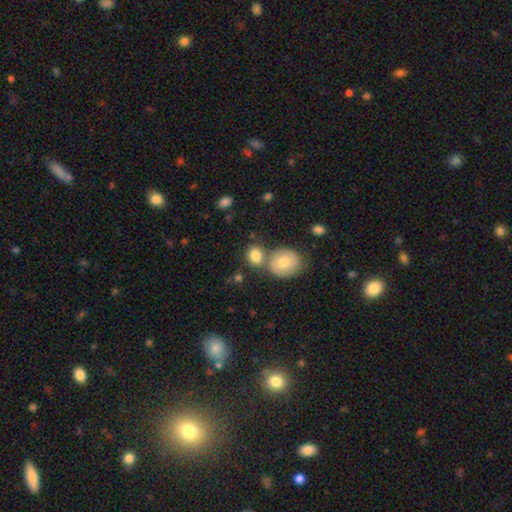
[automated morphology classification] Smooth or featured? smooth (82%)
How rounded? round (63%)
Merging? none (49%)